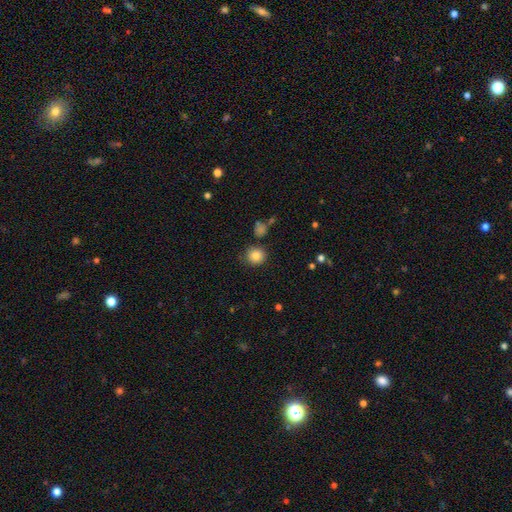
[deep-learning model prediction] smooth 84%, star or artifact 10%, featured or disk 6%. Down the decision tree: how rounded — round (90%); merging — none (84%).